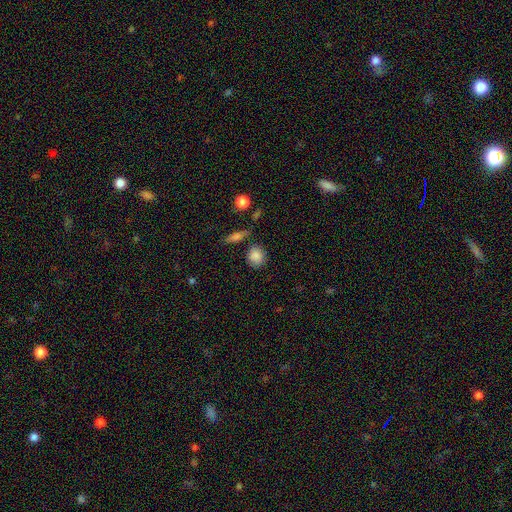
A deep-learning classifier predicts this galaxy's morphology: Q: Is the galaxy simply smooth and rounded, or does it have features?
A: smooth — 85%.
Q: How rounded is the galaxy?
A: round — 73%.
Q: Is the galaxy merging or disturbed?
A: none — 74%.